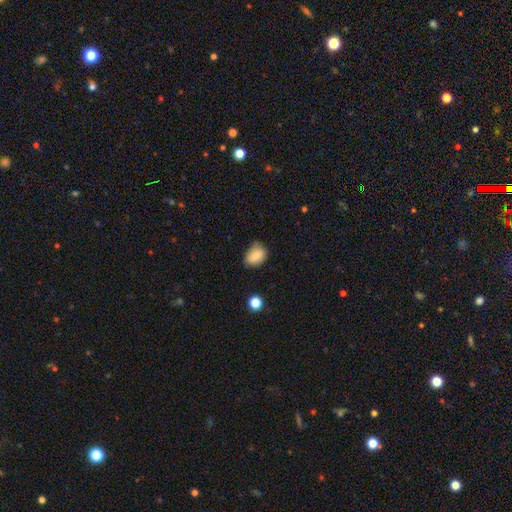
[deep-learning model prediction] smooth-or-featured: smooth: 81% | featured or disk: 11% | star or artifact: 9%
  how-rounded: in between: 76% | round: 23% | cigar-shaped: 1%
  merging: none: 61% | minor disturbance: 31% | major disturbance: 6% | merger: 2%